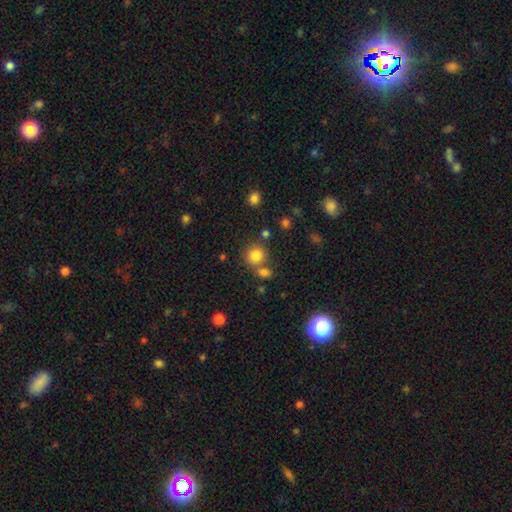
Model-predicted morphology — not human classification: smooth 81%, star or artifact 13%, featured or disk 7%. Down the decision tree: how rounded — round (87%); merging — none (65%).